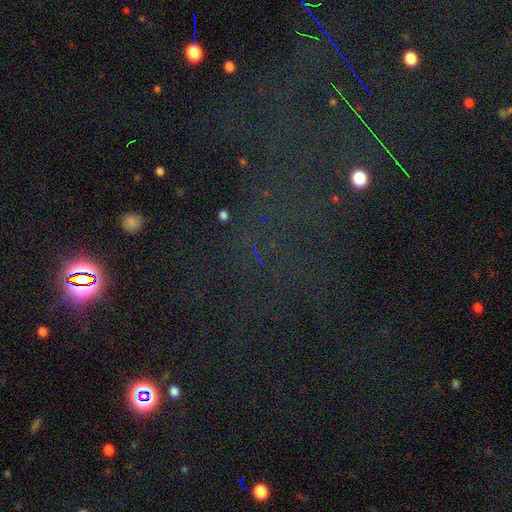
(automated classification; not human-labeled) smooth-or-featured: star or artifact: 74% | smooth: 15% | featured or disk: 10%